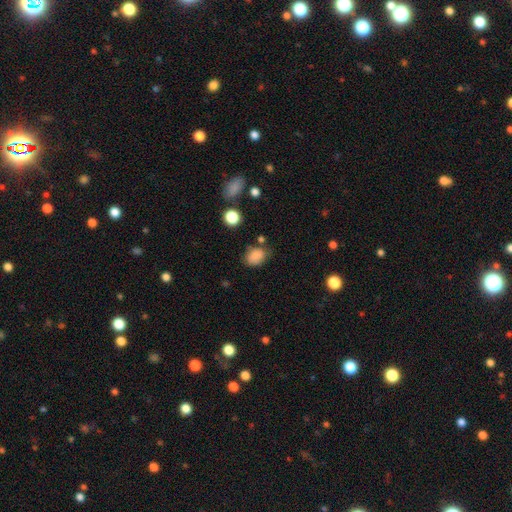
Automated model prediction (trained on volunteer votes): Q: Smooth or featured?
A: smooth (84%); runner-up: star or artifact (10%)
Q: How rounded?
A: in between (66%); runner-up: round (33%)
Q: Merging?
A: none (64%); runner-up: minor disturbance (24%)